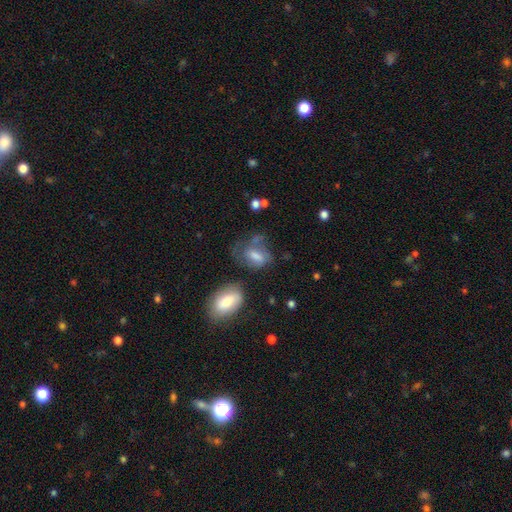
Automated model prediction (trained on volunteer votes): Smooth or featured? smooth (56%)
How rounded? in between (83%)
Merging? none (37%)